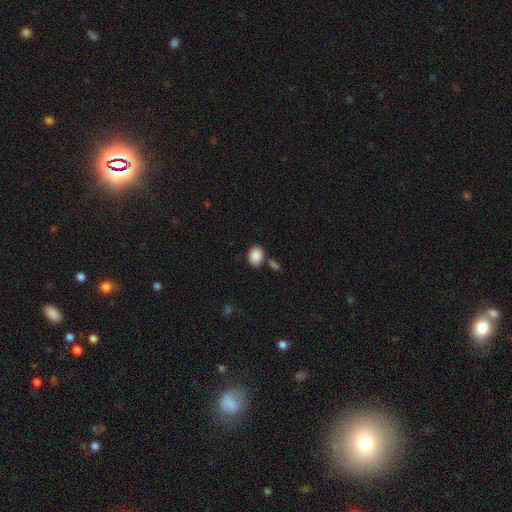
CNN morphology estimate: smooth 89%, star or artifact 8%, featured or disk 4%. Down the decision tree: how rounded — in between (64%); merging — none (72%).